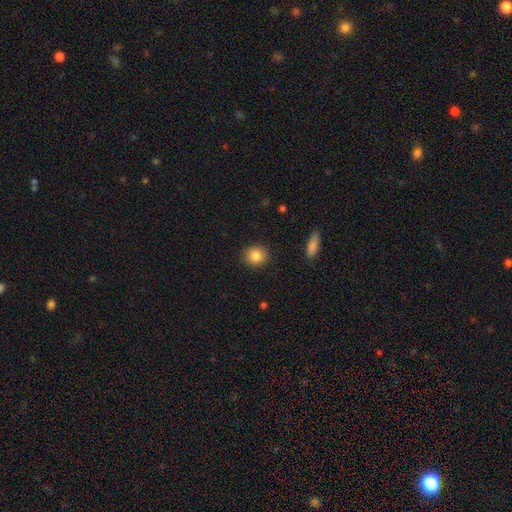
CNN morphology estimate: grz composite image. It shows a smooth galaxy with no disk features (84%) that is round (80%). Merging: none (90%).